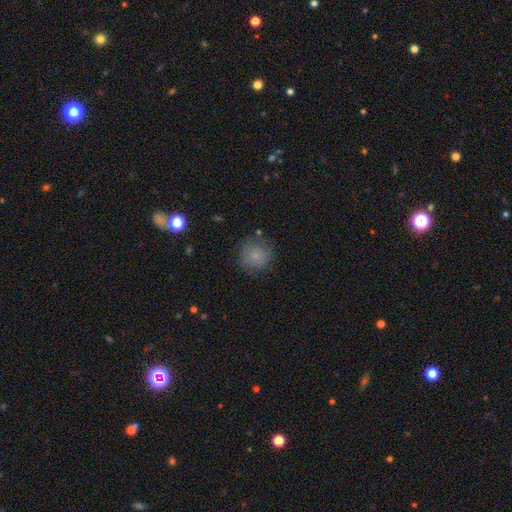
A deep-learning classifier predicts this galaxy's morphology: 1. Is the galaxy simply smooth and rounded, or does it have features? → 79% smooth, 11% featured or disk, 10% star or artifact.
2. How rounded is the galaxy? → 92% round, 7% in between, 1% cigar-shaped.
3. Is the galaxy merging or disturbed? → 77% none, 16% minor disturbance, 6% major disturbance, 2% merger.